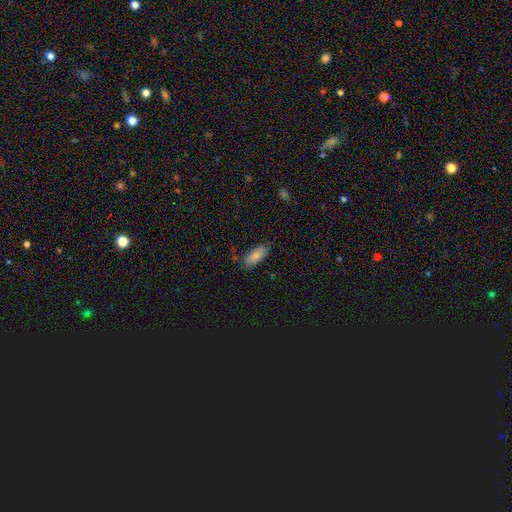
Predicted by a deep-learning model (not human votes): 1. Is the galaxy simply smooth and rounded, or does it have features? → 82% smooth, 11% featured or disk, 7% star or artifact.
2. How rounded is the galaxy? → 82% in between, 16% cigar-shaped, 2% round.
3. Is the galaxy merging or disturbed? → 76% none, 18% minor disturbance, 3% major disturbance, 2% merger.